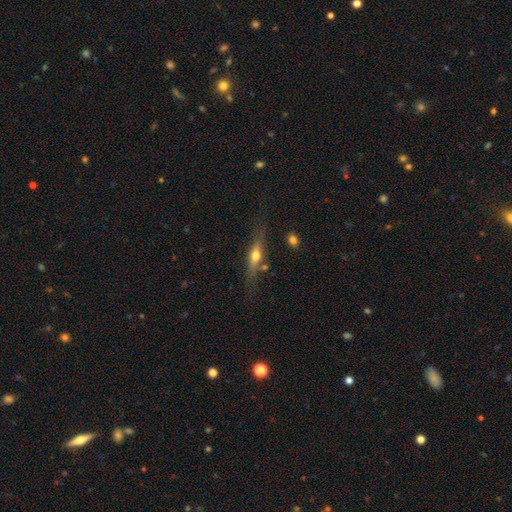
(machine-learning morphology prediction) smooth-or-featured: featured or disk: 53% | smooth: 40% | star or artifact: 7%
  disk-edge-on: yes: 88% | no: 12%
  merging: none: 70% | minor disturbance: 18% | major disturbance: 6% | merger: 6%